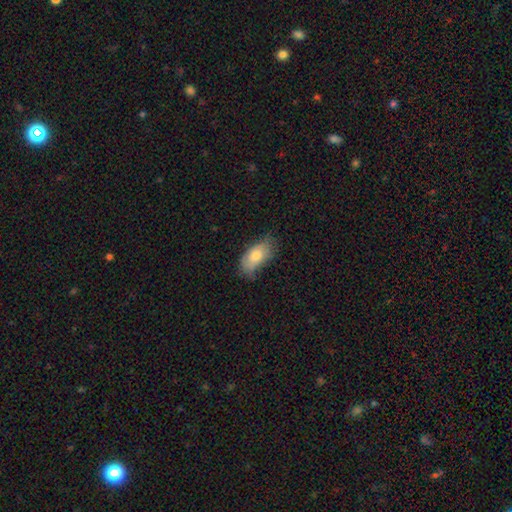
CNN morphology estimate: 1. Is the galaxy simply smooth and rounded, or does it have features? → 73% smooth, 20% featured or disk, 7% star or artifact.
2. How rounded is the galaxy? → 91% in between, 5% cigar-shaped, 4% round.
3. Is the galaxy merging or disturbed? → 64% none, 28% minor disturbance, 6% major disturbance, 1% merger.